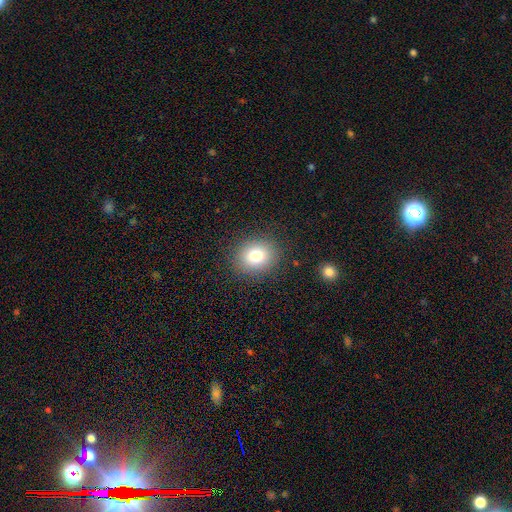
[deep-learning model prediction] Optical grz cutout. It shows a smooth galaxy with no disk features (79%) that is round (66%). Merging: none (88%).